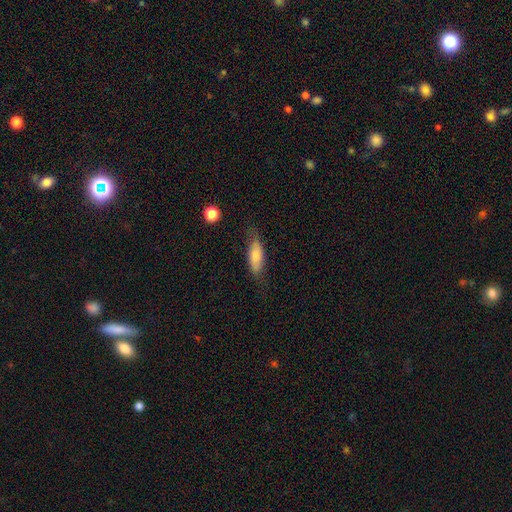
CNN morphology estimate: smooth_or_featured: smooth (p=0.74) [alt: featured or disk p=0.19]
how_rounded: in between (p=0.69) [alt: cigar-shaped p=0.29]
merging: none (p=0.70) [alt: minor disturbance p=0.22]